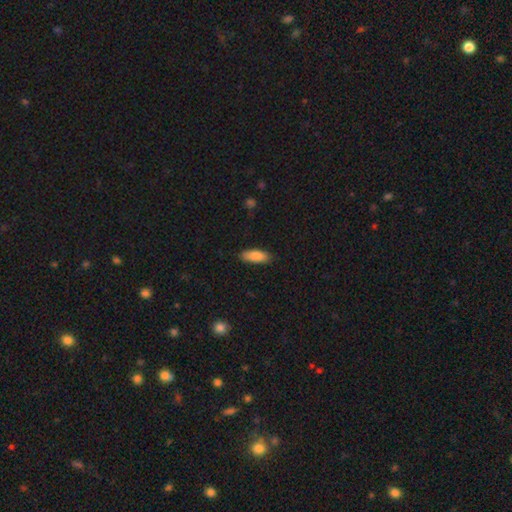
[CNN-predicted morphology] This is clearly a smooth galaxy (84%). How rounded: likely in between (69%). Merging: clearly none (85%).